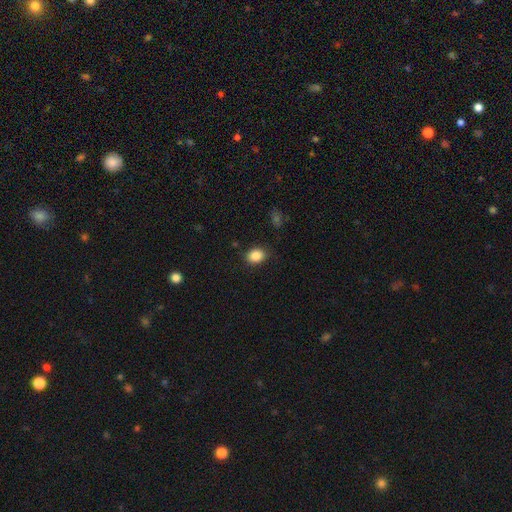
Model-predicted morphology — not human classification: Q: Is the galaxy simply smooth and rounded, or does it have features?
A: smooth — 87%.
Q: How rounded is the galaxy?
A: in between — 53%.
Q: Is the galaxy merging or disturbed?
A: none — 85%.